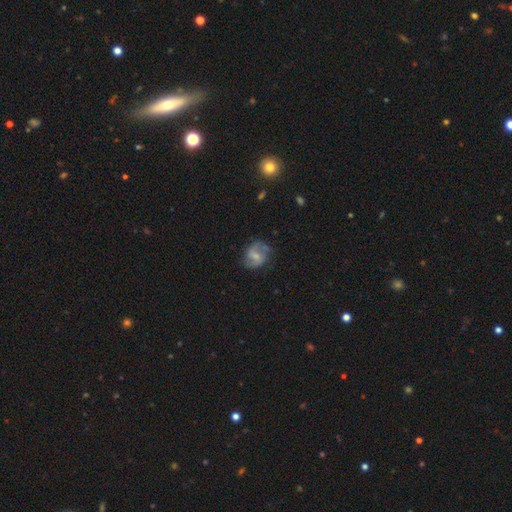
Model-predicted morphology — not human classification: Overall: featured or disk (66%; smooth 27%). Edge-on disk: no (97%). Bar: weak (53%; no 28%). Spiral arms: yes (89%). Spiral arm count: 2 (87%). Spiral winding: medium (45%; loose 41%). Bulge size: small (48%; moderate 31%). Merging: none (70%).